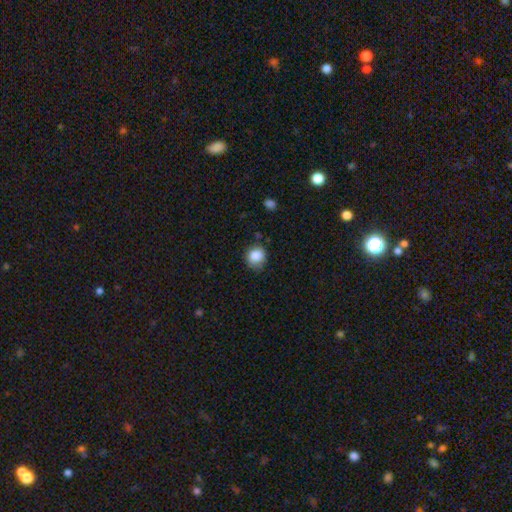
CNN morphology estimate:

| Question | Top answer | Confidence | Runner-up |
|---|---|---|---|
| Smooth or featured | smooth | 86% | star or artifact (9%) |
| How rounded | round | 83% | in between (16%) |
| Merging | none | 74% | minor disturbance (20%) |